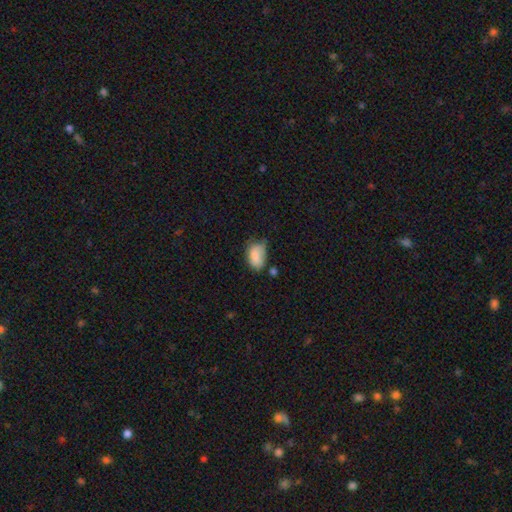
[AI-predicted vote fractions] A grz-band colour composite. It shows a smooth galaxy with no disk features (82%) that is in between round and cigar-shaped (87%). Merging: none (42%).